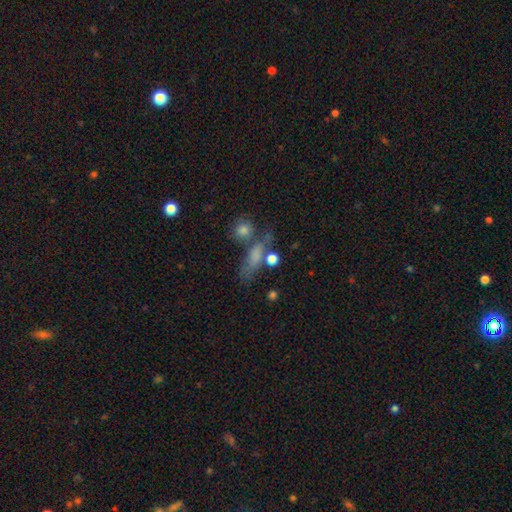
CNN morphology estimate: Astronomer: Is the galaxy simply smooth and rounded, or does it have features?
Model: smooth — 68%.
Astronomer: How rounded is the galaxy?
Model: in between — 48% (runner-up: cigar-shaped, 37%).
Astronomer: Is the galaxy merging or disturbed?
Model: none — 47%.